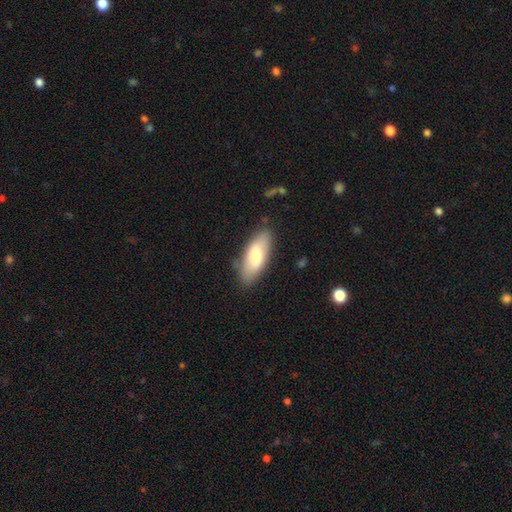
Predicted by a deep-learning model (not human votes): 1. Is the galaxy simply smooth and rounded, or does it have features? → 71% smooth, 23% featured or disk, 6% star or artifact.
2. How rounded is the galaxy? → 79% in between, 19% cigar-shaped, 2% round.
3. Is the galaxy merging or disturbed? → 80% none, 15% minor disturbance, 3% major disturbance, 2% merger.